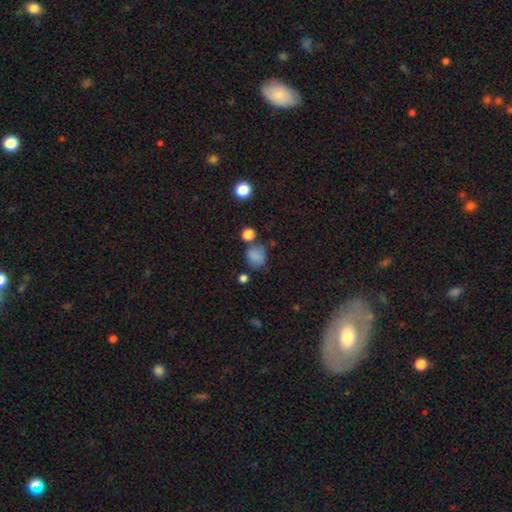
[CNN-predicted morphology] smooth 80%, star or artifact 13%, featured or disk 7%. Down the decision tree: how rounded — round (64%); merging — none (60%).